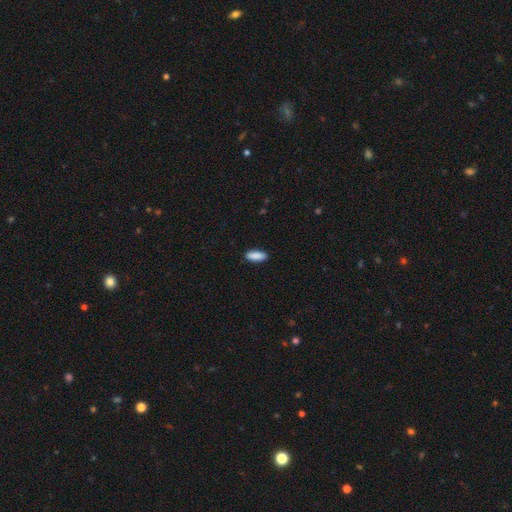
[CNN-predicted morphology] smooth_or_featured: smooth (p=0.90) [alt: star or artifact p=0.06]
how_rounded: in between (p=0.70) [alt: cigar-shaped p=0.28]
merging: none (p=0.90) [alt: minor disturbance p=0.08]